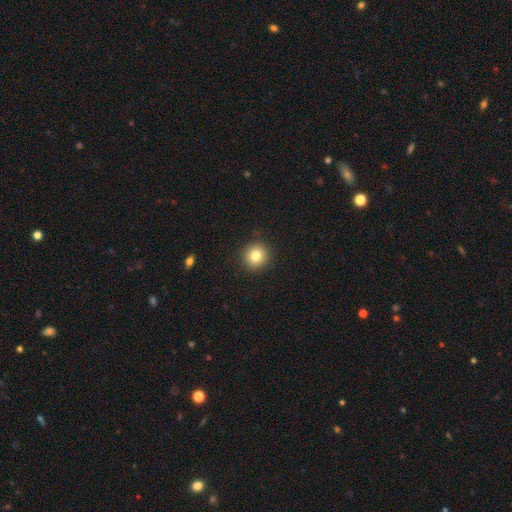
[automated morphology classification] Q: Smooth or featured?
A: smooth (81%); runner-up: star or artifact (11%)
Q: How rounded?
A: round (94%); runner-up: in between (5%)
Q: Merging?
A: none (91%); runner-up: minor disturbance (6%)